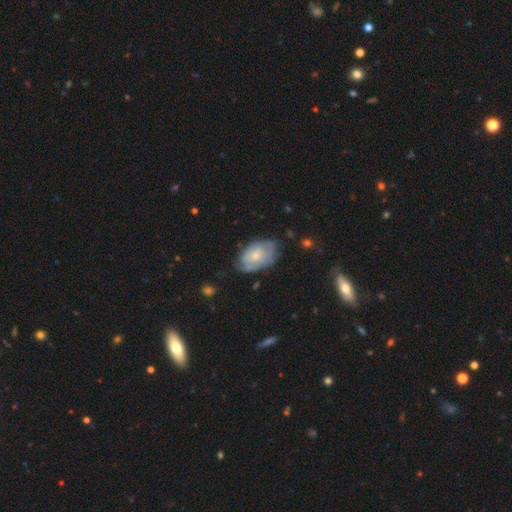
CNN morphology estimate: Smooth or featured: featured or disk — 53% (smooth — 41%)
Edge-on disk: no — 95% (yes — 5%)
Bar: no — 82% (weak — 16%)
Spiral arms: yes — 56% (no — 44%)
Bulge size: small — 45% (moderate — 44%)
Merging: none — 56% (minor disturbance — 31%)